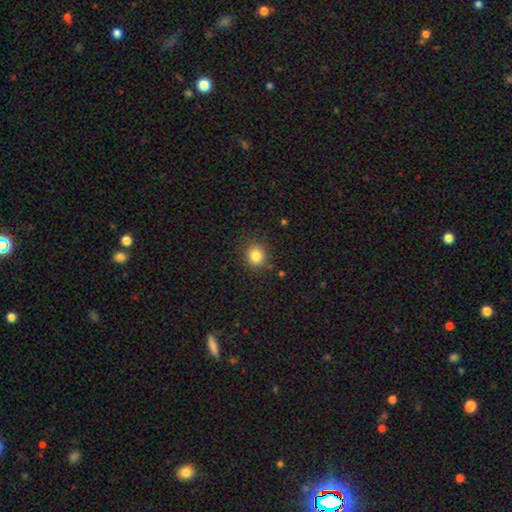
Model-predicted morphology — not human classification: Smooth or featured?
  - smooth: 84% *
  - star or artifact: 11%
  - featured or disk: 5%
How rounded?
  - round: 80% *
  - in between: 19%
  - cigar-shaped: 1%
Merging?
  - none: 87% *
  - minor disturbance: 9%
  - major disturbance: 3%
  - merger: 2%